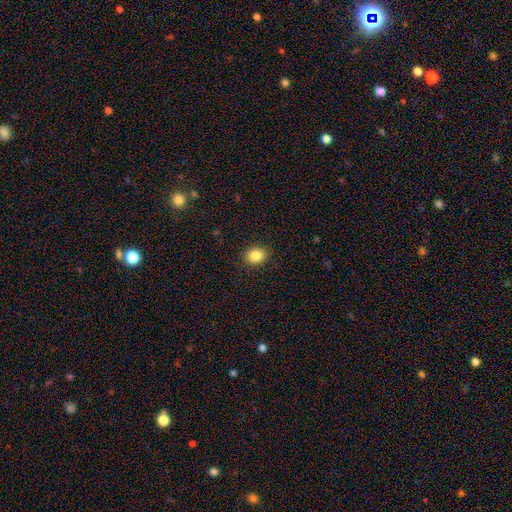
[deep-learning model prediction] smooth 85%, star or artifact 10%, featured or disk 5%. Down the decision tree: how rounded — round (61%); merging — none (89%).